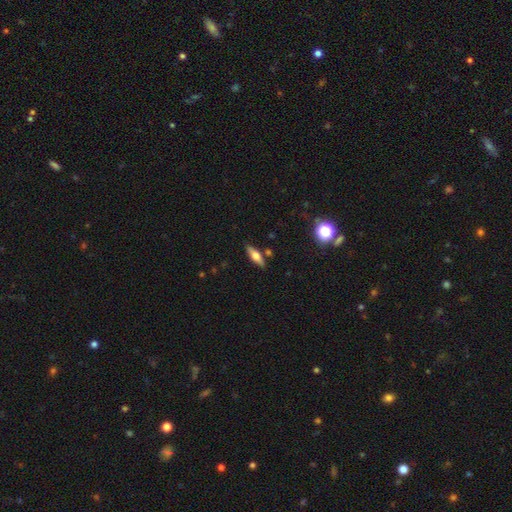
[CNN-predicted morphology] smooth-or-featured: smooth: 49% | featured or disk: 43% | star or artifact: 8%
  merging: none: 84% | minor disturbance: 10% | merger: 3% | major disturbance: 2%